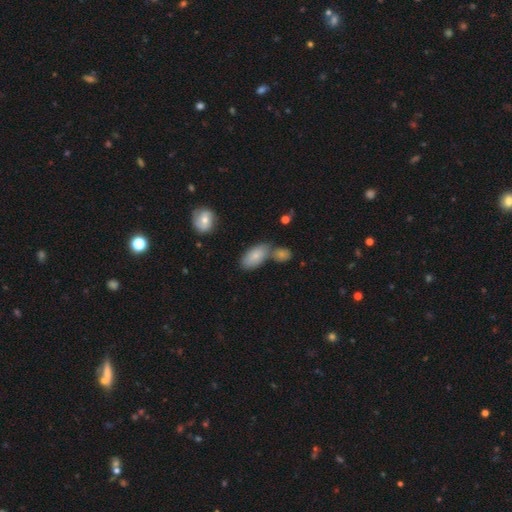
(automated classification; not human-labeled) smooth_or_featured: smooth (p=0.78) [alt: featured or disk p=0.14]
how_rounded: in between (p=0.92) [alt: cigar-shaped p=0.04]
merging: none (p=0.46) [alt: merger p=0.34]